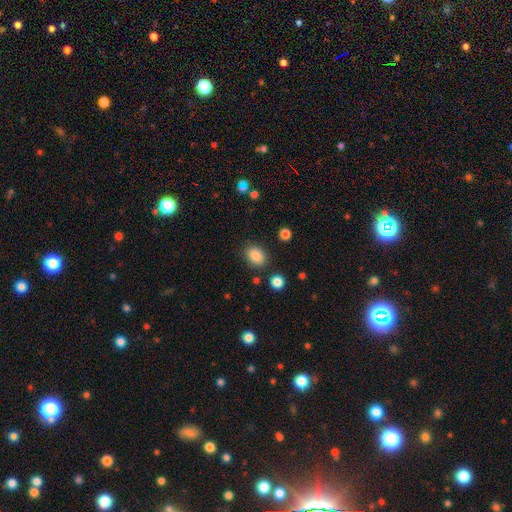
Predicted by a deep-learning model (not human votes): smooth_or_featured: smooth (p=0.86) [alt: star or artifact p=0.09]
how_rounded: in between (p=0.69) [alt: round p=0.30]
merging: none (p=0.84) [alt: minor disturbance p=0.10]